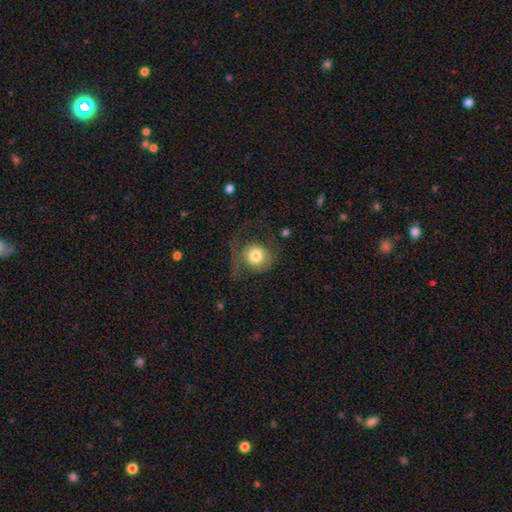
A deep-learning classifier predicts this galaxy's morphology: smooth-or-featured: smooth: 68% | featured or disk: 24% | star or artifact: 9%
  how-rounded: round: 88% | in between: 11% | cigar-shaped: 1%
  merging: none: 47% | major disturbance: 33% | minor disturbance: 18% | merger: 2%